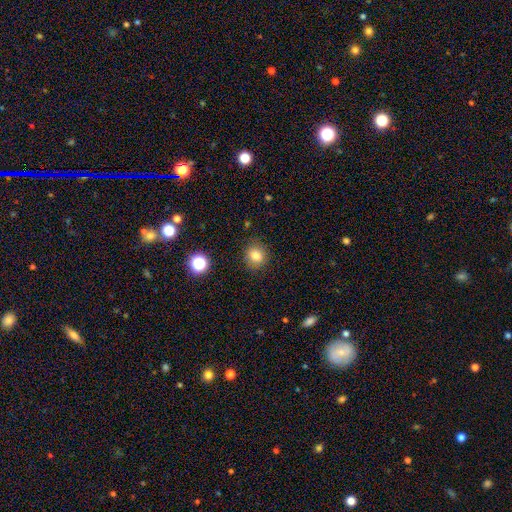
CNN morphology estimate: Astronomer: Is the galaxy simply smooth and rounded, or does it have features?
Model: smooth — 81%.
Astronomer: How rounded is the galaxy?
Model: round — 77%.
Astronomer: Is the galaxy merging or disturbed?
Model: none — 86%.